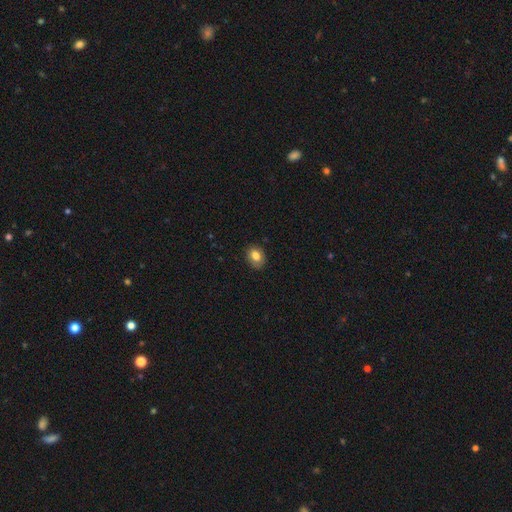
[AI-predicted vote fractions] Smooth or featured: smooth — 79% (featured or disk — 12%)
How rounded: in between — 59% (round — 40%)
Merging: none — 83% (minor disturbance — 13%)